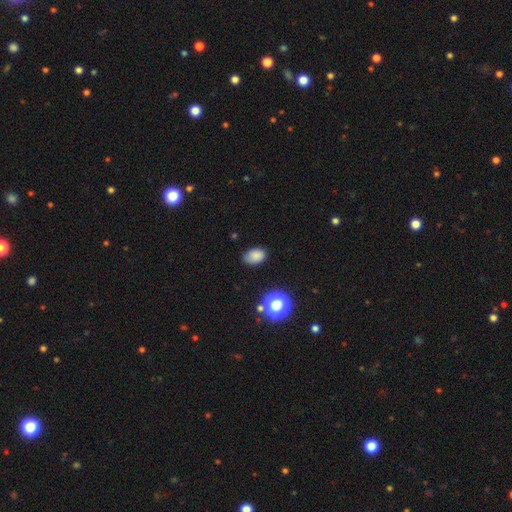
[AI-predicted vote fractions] smooth_or_featured: smooth (p=0.82) [alt: star or artifact p=0.12]
how_rounded: in between (p=0.83) [alt: round p=0.16]
merging: none (p=0.74) [alt: minor disturbance p=0.21]